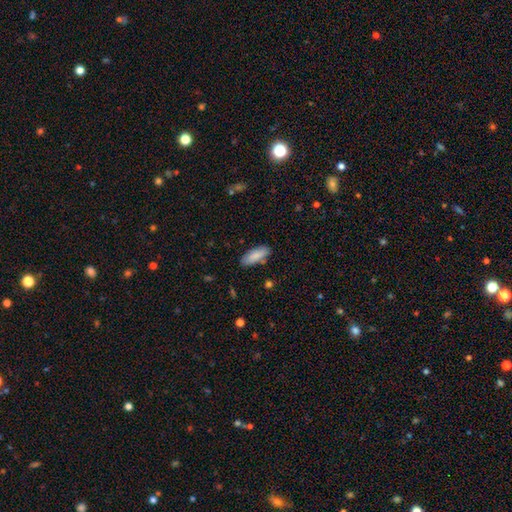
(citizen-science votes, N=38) smooth 87%, featured or disk 11%, star or artifact 3%. Down the decision tree: how rounded — in between (82%); merging — none (76%).